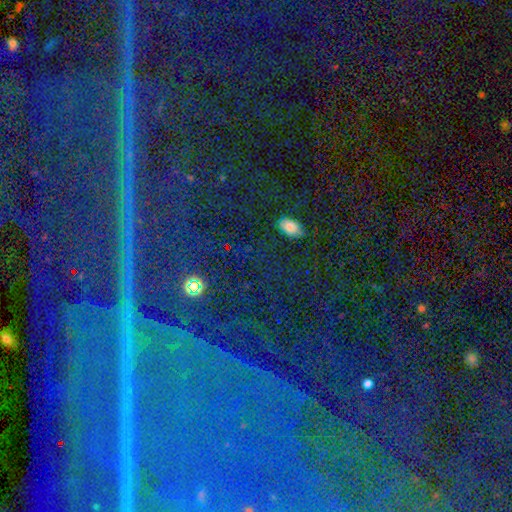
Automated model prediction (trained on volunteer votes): This is clearly a star or artifact rather than a galaxy (87%).